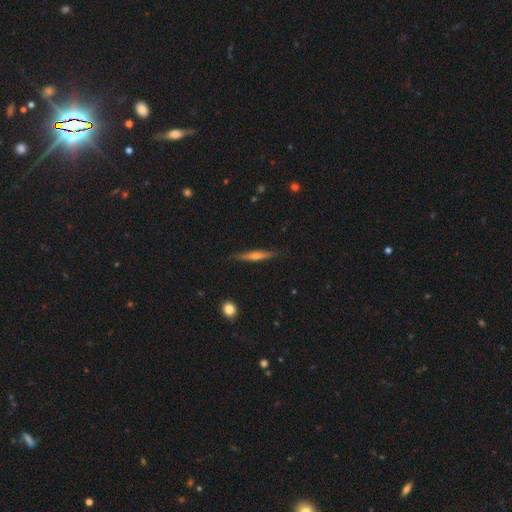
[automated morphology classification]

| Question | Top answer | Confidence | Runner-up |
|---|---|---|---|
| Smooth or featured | featured or disk | 56% | smooth (37%) |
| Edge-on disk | yes | 96% | no (4%) |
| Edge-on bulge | rounded | 71% | none (21%) |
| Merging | none | 87% | minor disturbance (10%) |